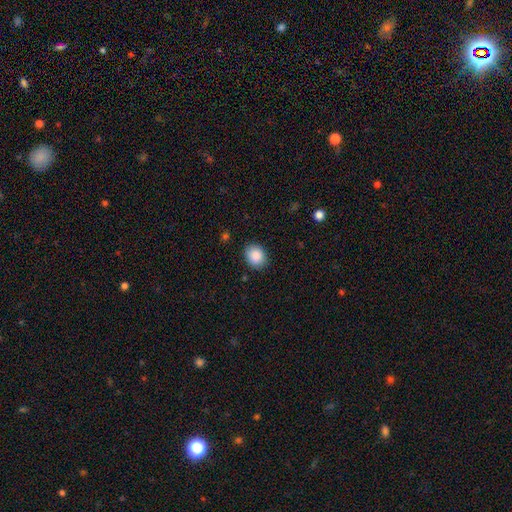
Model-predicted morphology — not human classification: smooth 88%, star or artifact 8%, featured or disk 4%. Down the decision tree: how rounded — round (51%); merging — none (86%).